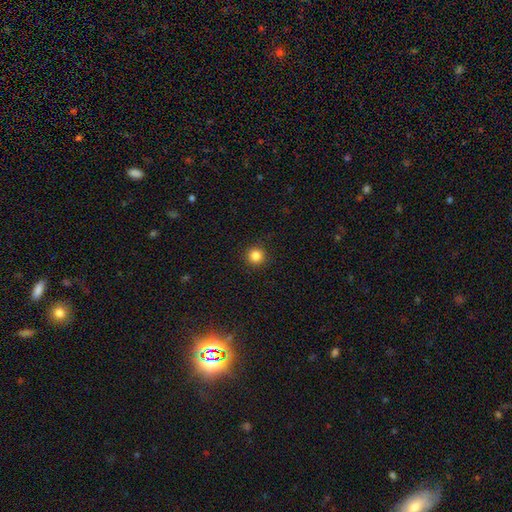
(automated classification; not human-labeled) Smooth or featured: smooth — 84% (star or artifact — 12%)
How rounded: round — 95% (in between — 4%)
Merging: none — 92% (minor disturbance — 5%)